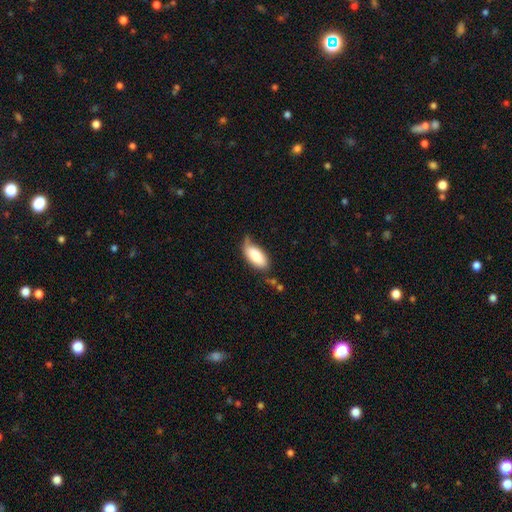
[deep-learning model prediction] Overall: smooth (82%). How rounded: in between (90%). Merging: none (46%; minor disturbance 39%).